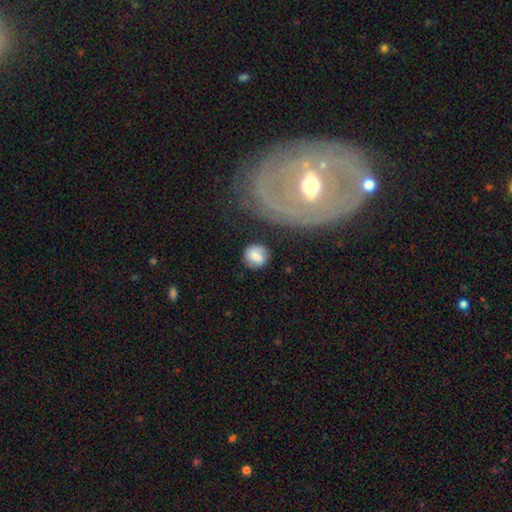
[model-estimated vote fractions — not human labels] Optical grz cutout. It shows a smooth galaxy with no disk features (69%) that is round (73%). Merging: none (66%).